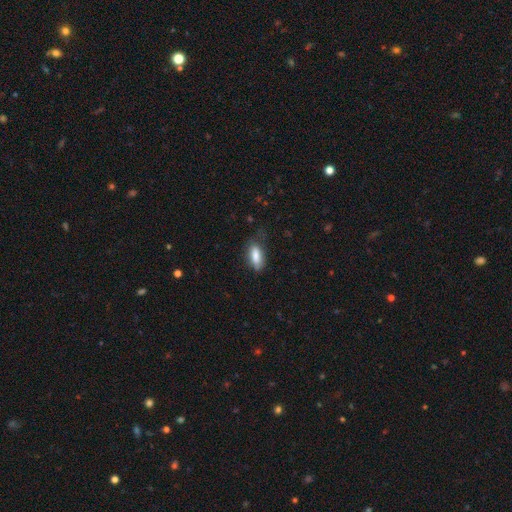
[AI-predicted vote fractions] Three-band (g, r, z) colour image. It shows a smooth galaxy with no disk features (82%) that is in between round and cigar-shaped (82%). Merging: none (63%).